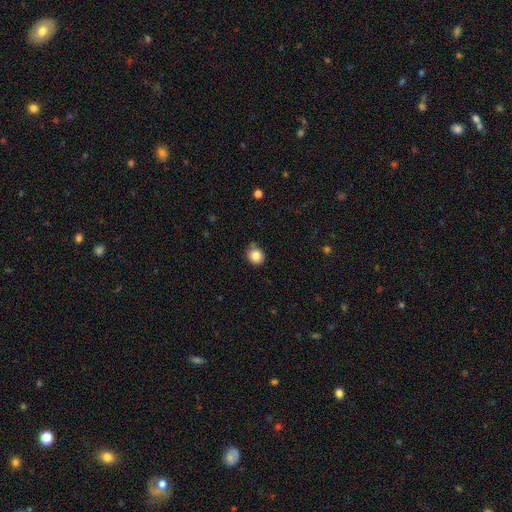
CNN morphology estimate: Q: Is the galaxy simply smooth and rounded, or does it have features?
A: smooth — 83%.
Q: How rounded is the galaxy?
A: round — 76%.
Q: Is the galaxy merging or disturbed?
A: none — 76%.